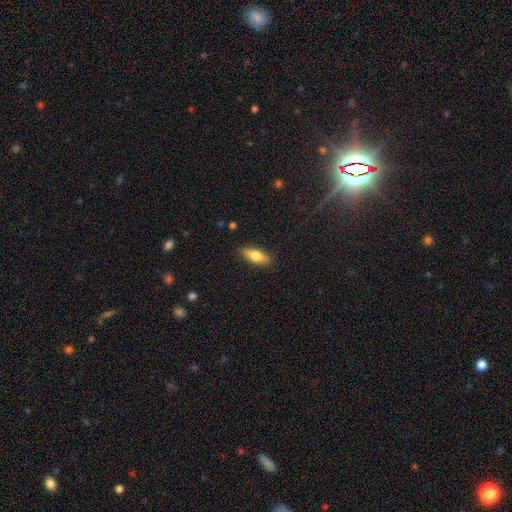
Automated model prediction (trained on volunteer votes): Smooth or featured?
  - smooth: 73% *
  - featured or disk: 20%
  - star or artifact: 6%
How rounded?
  - in between: 64% *
  - cigar-shaped: 34%
  - round: 3%
Merging?
  - none: 88% *
  - minor disturbance: 9%
  - major disturbance: 2%
  - merger: 1%